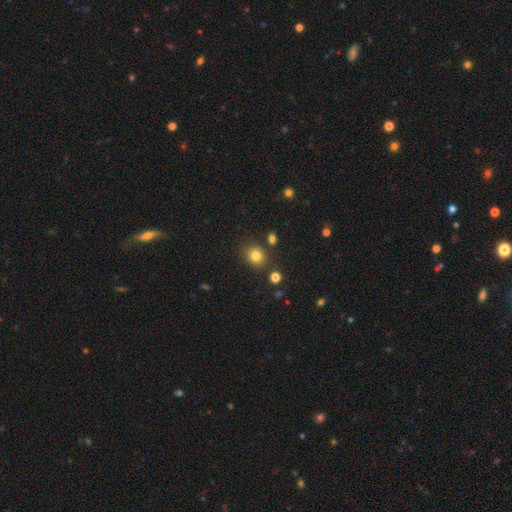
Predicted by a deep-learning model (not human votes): smooth-or-featured: smooth: 81% | star or artifact: 12% | featured or disk: 6%
  how-rounded: round: 74% | in between: 25% | cigar-shaped: 1%
  merging: none: 81% | minor disturbance: 11% | merger: 5% | major disturbance: 3%